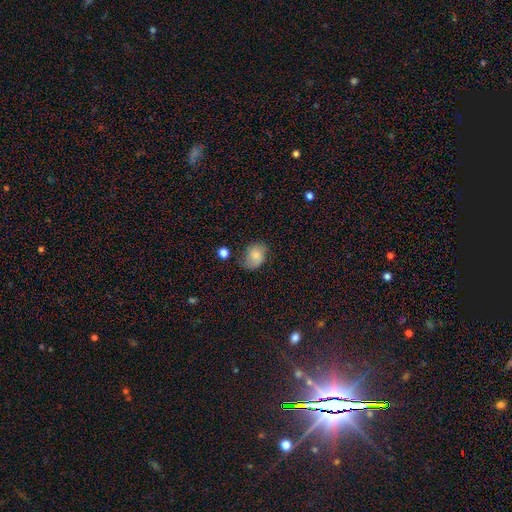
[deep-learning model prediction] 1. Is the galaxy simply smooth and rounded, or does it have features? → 71% smooth, 19% featured or disk, 10% star or artifact.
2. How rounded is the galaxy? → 62% in between, 37% round, 1% cigar-shaped.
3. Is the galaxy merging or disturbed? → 55% none, 31% minor disturbance, 11% major disturbance, 4% merger.